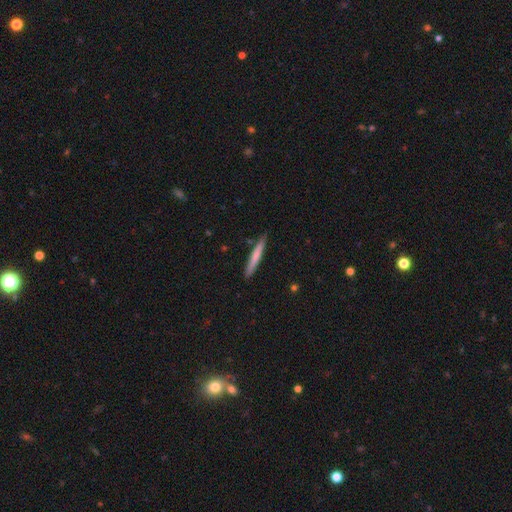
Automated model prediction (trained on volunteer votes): The model was most divided on "smooth or featured": smooth: 68%, featured or disk: 27%, star or artifact: 5%. More confident: how rounded — cigar-shaped (96%); merging — none (88%).